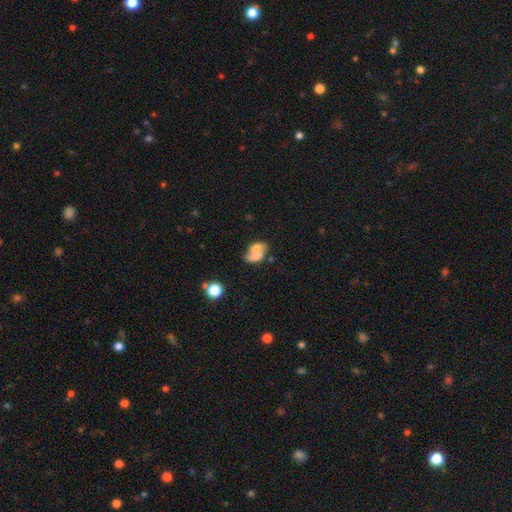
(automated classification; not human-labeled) smooth 54%, featured or disk 37%, star or artifact 9%. Down the decision tree: how rounded — in between (81%); merging — merger (59%).